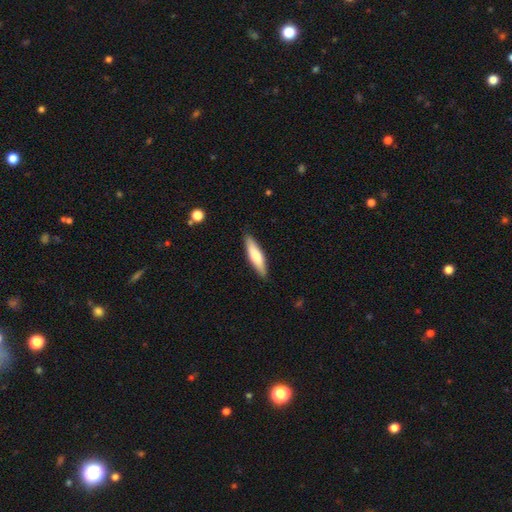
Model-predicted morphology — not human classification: smooth 72%, featured or disk 23%, star or artifact 5%. Down the decision tree: how rounded — cigar-shaped (76%); merging — none (88%).